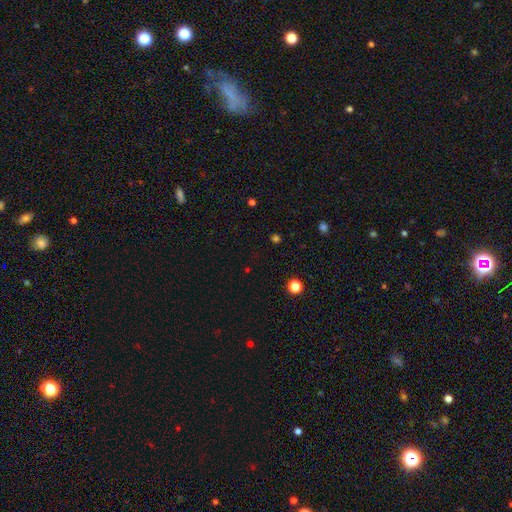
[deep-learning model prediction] Smooth or featured? star or artifact (55%)